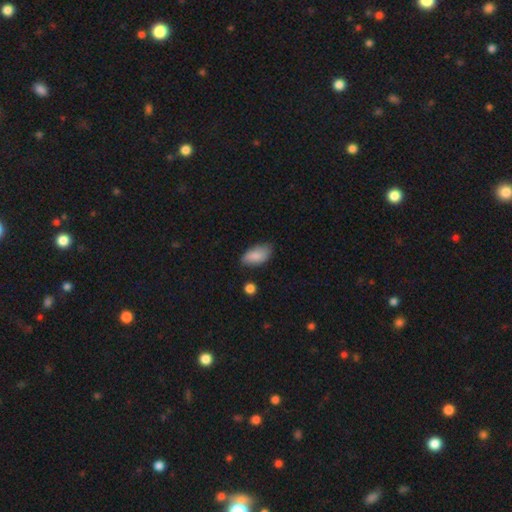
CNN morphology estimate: A smooth galaxy with no disk features (83%) that is in between round and cigar-shaped (93%).

Vote fractions:
- Smooth or featured? smooth: 83% / featured or disk: 10% / star or artifact: 7%
- How rounded? in between: 93% / cigar-shaped: 4% / round: 3%
- Merging? none: 65% / minor disturbance: 28% / major disturbance: 5% / merger: 2%